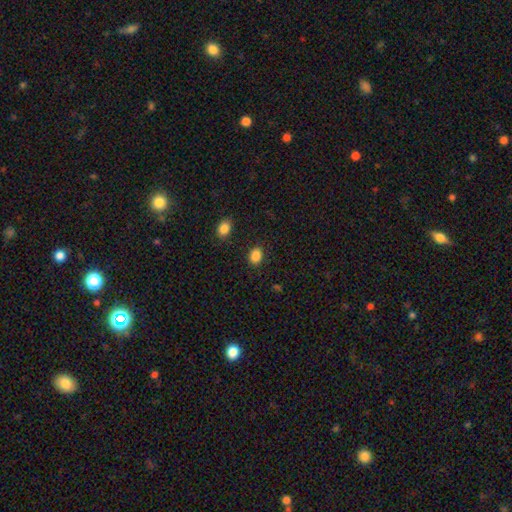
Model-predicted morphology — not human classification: This appears to be a smooth galaxy with no disk features (87%) that is in between round and cigar-shaped (61%). Merging: none (87%).